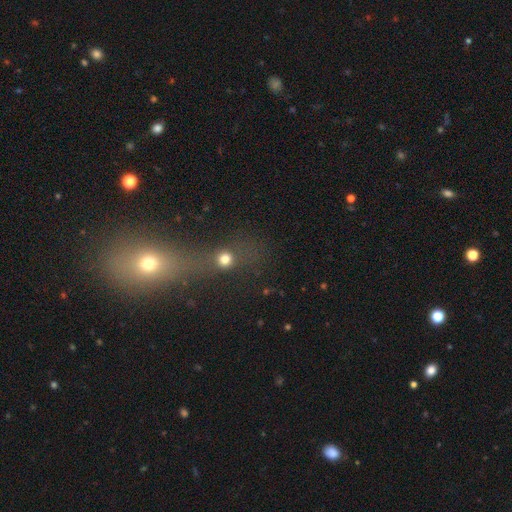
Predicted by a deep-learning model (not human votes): A smooth galaxy with no disk features (45%).

Vote fractions:
- Smooth or featured? smooth: 45% / star or artifact: 39% / featured or disk: 16%
- Merging? merger: 57% / none: 26% / major disturbance: 9% / minor disturbance: 8%